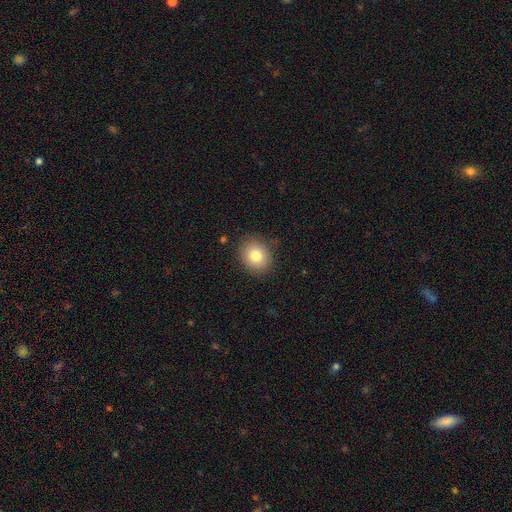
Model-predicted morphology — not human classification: smooth 81%, star or artifact 10%, featured or disk 9%. Down the decision tree: how rounded — round (66%); merging — none (86%).